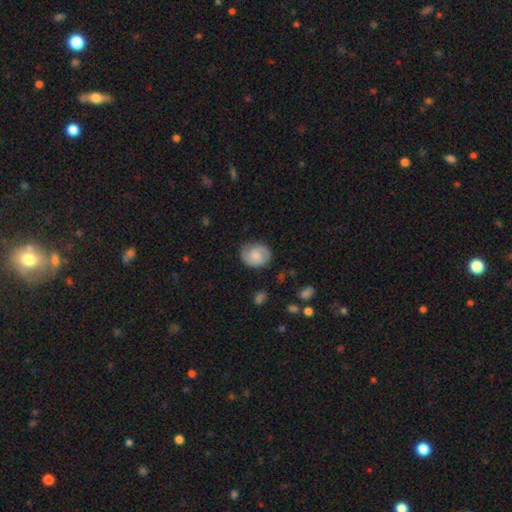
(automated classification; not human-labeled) featured or disk 51%, smooth 42%, star or artifact 7%. Down the decision tree: edge-on disk — no (98%); merging — none (74%).